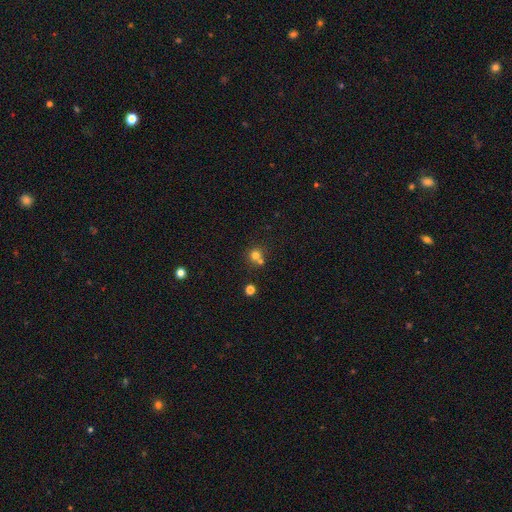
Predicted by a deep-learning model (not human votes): Smooth or featured: smooth — 73% (star or artifact — 17%)
How rounded: round — 89% (in between — 10%)
Merging: none — 54% (merger — 36%)